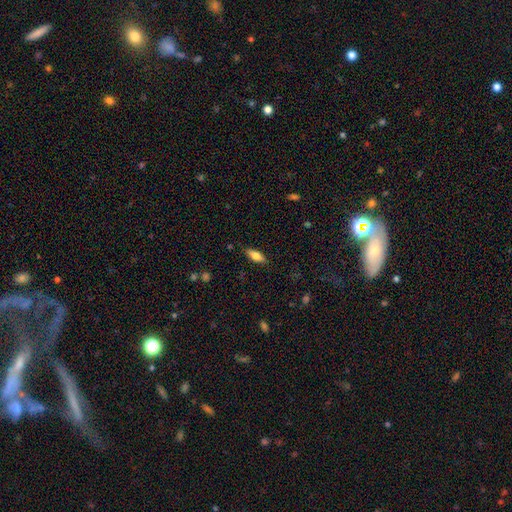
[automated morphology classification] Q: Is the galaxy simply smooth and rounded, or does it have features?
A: smooth — 69%.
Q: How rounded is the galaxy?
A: in between — 68%.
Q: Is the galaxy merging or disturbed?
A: none — 85%.